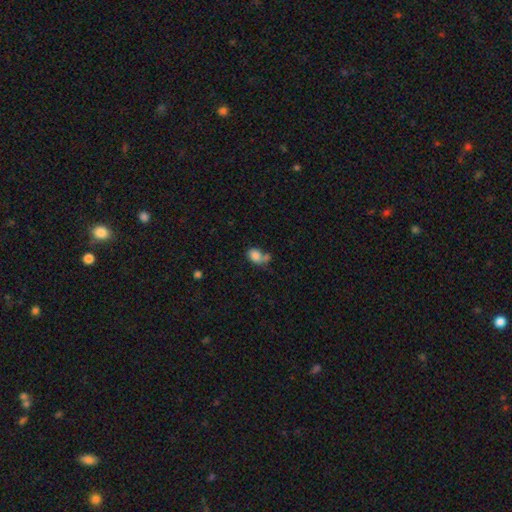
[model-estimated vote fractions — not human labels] The model was most divided on "merging": merger: 39%, none: 34%, minor disturbance: 17%, major disturbance: 10%. More confident: smooth or featured — smooth (80%); how rounded — in between (69%).